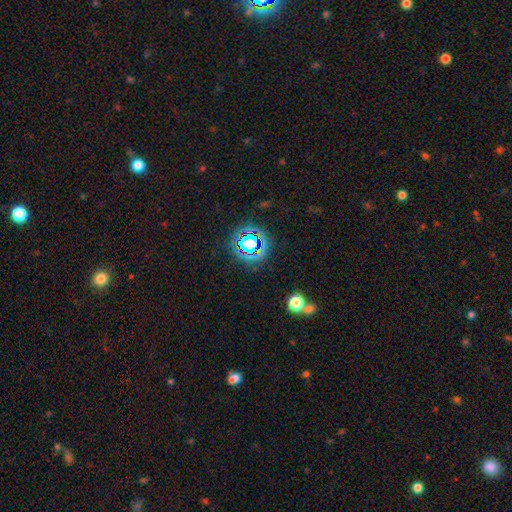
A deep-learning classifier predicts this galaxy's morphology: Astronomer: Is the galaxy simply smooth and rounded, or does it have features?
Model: star or artifact — 74%.